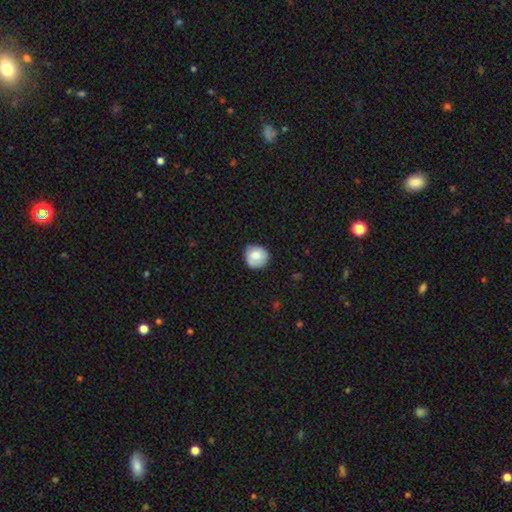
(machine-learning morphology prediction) smooth_or_featured: smooth (p=0.82) [alt: featured or disk p=0.10]
how_rounded: round (p=0.89) [alt: in between p=0.10]
merging: none (p=0.79) [alt: minor disturbance p=0.17]